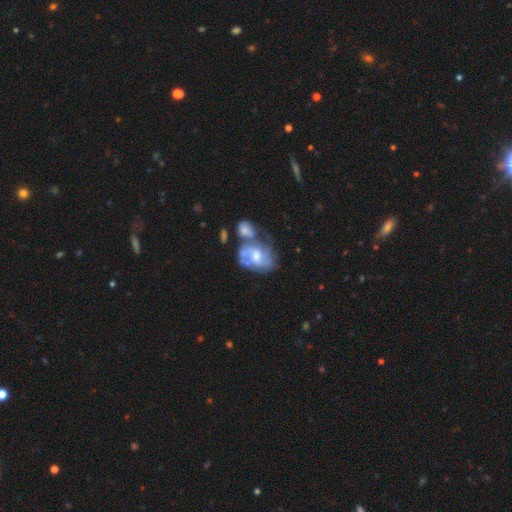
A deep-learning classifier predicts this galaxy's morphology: The model was most divided on "bar": no: 52%, weak: 39%, strong: 9%. Remaining: edge-on disk — no (97%); spiral arms — yes (79%); smooth or featured — featured or disk (74%); bulge size — moderate (63%); spiral arm count — 2 (51%); spiral winding — medium (45%); merging — merger (43%).